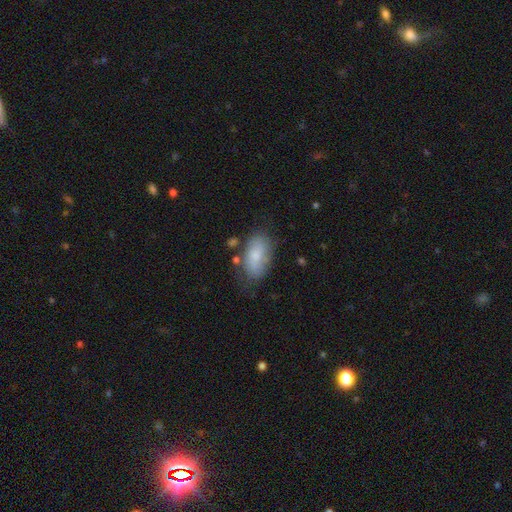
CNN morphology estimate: Smooth or featured? smooth (73%)
How rounded? in between (92%)
Merging? none (62%)